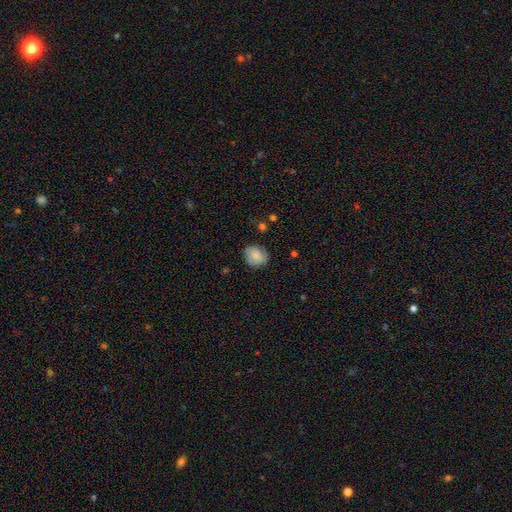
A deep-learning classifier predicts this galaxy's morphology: Smooth or featured?
  - smooth: 82% *
  - featured or disk: 10%
  - star or artifact: 8%
How rounded?
  - round: 66% *
  - in between: 33%
  - cigar-shaped: 1%
Merging?
  - none: 77% *
  - minor disturbance: 18%
  - major disturbance: 4%
  - merger: 2%